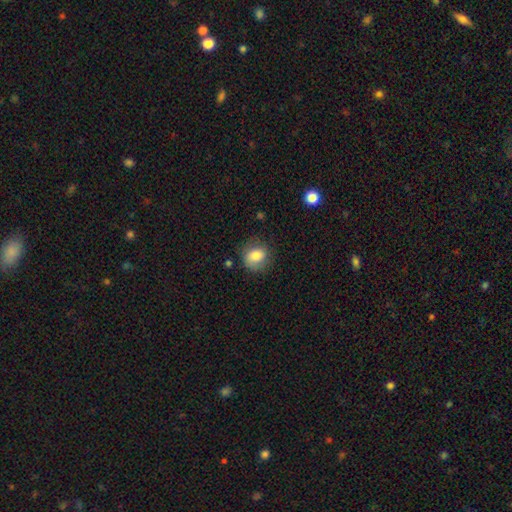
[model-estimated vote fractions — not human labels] This appears to be a smooth galaxy with no disk features (77%) that is round (71%). Merging: none (73%).